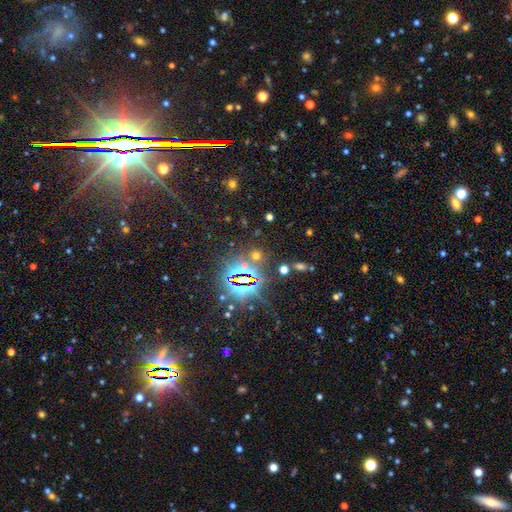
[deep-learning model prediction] This is likely a star or artifact rather than a galaxy (63%).